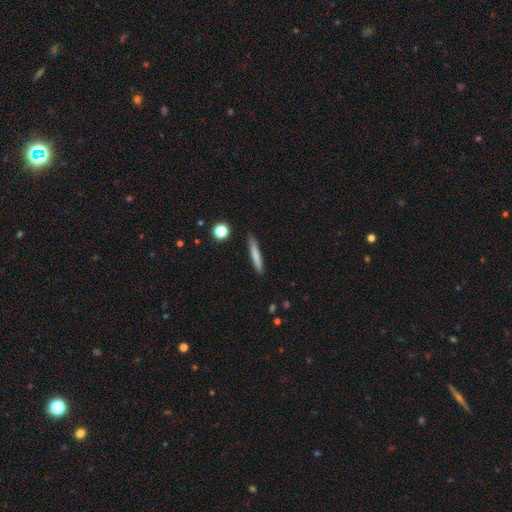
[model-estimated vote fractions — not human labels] Smooth or featured?
  - smooth: 74% *
  - featured or disk: 20%
  - star or artifact: 7%
How rounded?
  - cigar-shaped: 94% *
  - in between: 4%
  - round: 2%
Merging?
  - none: 86% *
  - minor disturbance: 10%
  - major disturbance: 2%
  - merger: 2%